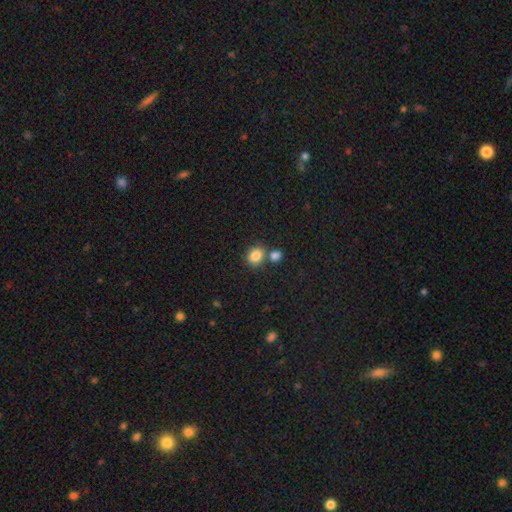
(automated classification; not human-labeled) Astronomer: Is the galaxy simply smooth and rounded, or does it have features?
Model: smooth — 85%.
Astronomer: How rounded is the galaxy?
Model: round — 59% (runner-up: in between, 40%).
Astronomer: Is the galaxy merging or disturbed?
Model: none — 58%.